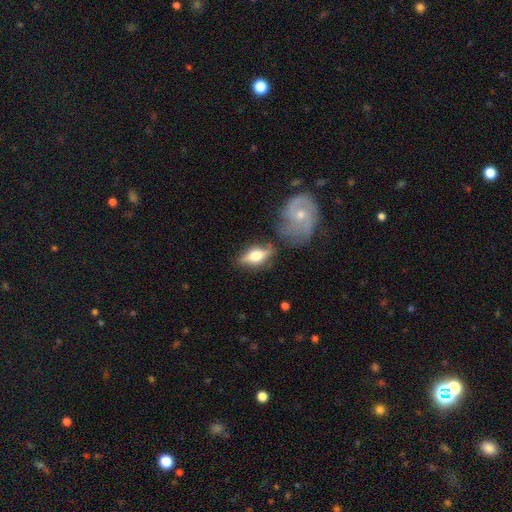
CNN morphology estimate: Q: Smooth or featured?
A: featured or disk (56%); runner-up: smooth (37%)
Q: Edge-on disk?
A: yes (84%); runner-up: no (16%)
Q: Merging?
A: none (72%); runner-up: minor disturbance (16%)